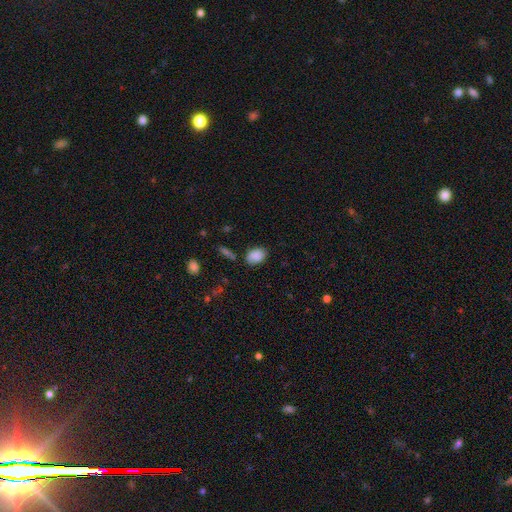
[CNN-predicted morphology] The model was most divided on "merging": none: 75%, minor disturbance: 17%, major disturbance: 4%, merger: 3%. More confident: smooth or featured — smooth (87%); how rounded — in between (81%).